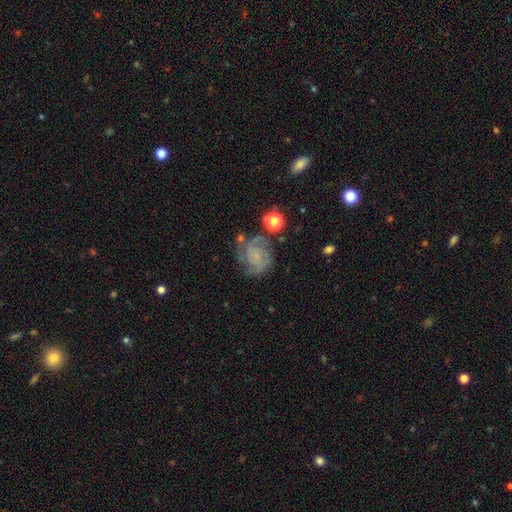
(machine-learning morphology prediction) Q: Smooth or featured?
A: featured or disk (65%); runner-up: smooth (23%)
Q: Edge-on disk?
A: no (98%); runner-up: yes (2%)
Q: Bar?
A: no (72%); runner-up: weak (23%)
Q: Spiral arms?
A: yes (88%); runner-up: no (12%)
Q: Spiral winding?
A: tight (49%); runner-up: medium (38%)
Q: Spiral arm count?
A: 2 (32%); runner-up: can't tell (30%)
Q: Bulge size?
A: none (45%); runner-up: small (40%)
Q: Merging?
A: none (59%); runner-up: minor disturbance (21%)